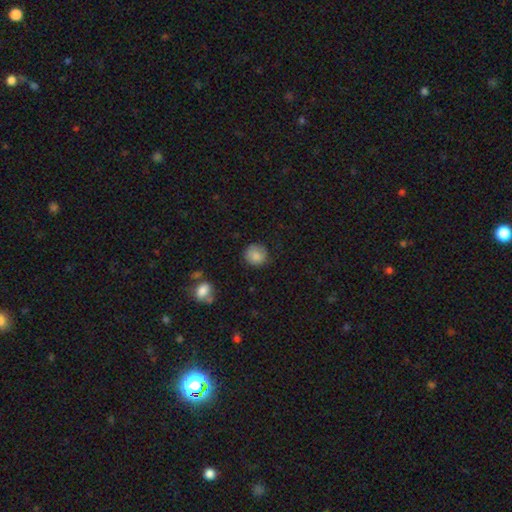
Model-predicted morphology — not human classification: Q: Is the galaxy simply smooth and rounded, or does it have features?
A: smooth — 85%.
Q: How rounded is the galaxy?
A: round — 89%.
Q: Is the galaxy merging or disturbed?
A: none — 82%.